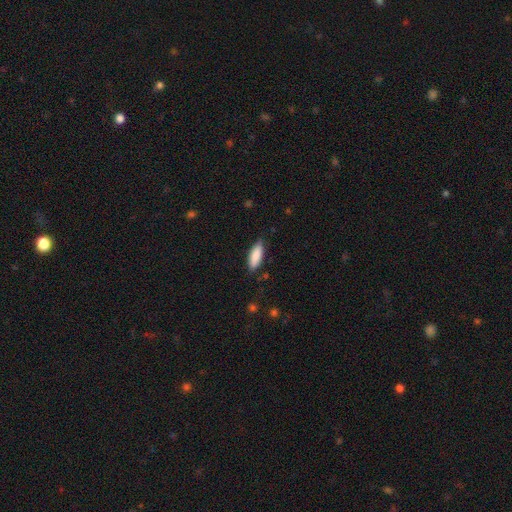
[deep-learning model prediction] Overall: smooth (87%). How rounded: in between (65%; cigar-shaped 33%). Merging: none (81%).